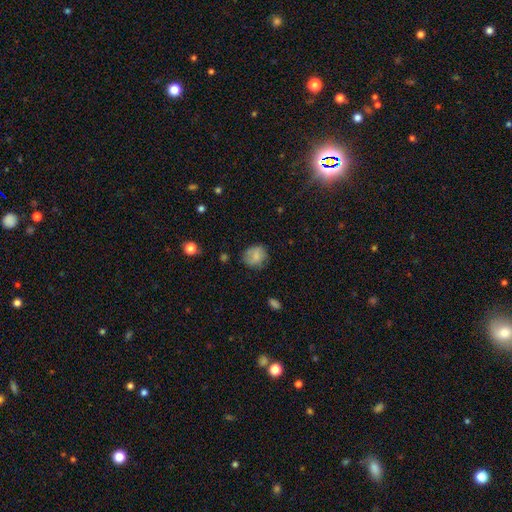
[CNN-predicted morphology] Q: Smooth or featured?
A: smooth (76%); runner-up: featured or disk (15%)
Q: How rounded?
A: round (74%); runner-up: in between (25%)
Q: Merging?
A: none (68%); runner-up: minor disturbance (23%)